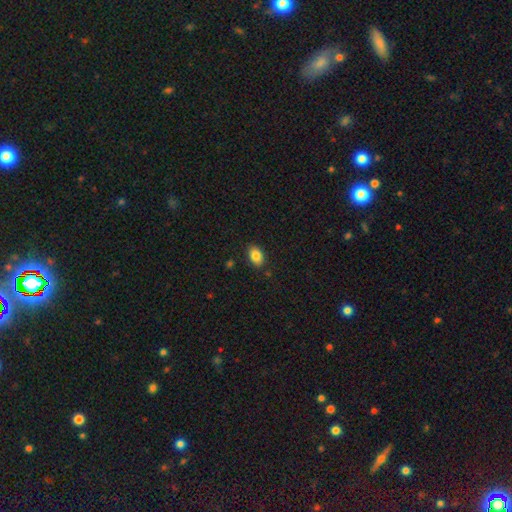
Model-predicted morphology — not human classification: Smooth or featured: smooth — 85% (star or artifact — 8%)
How rounded: in between — 85% (round — 14%)
Merging: none — 86% (minor disturbance — 10%)